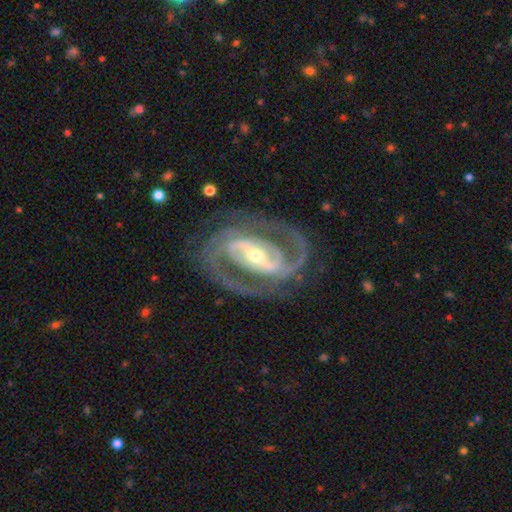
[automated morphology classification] Smooth or featured? featured or disk (93%)
Edge-on disk? no (97%)
Bar? strong (61%)
Spiral arms? yes (97%)
Spiral winding? medium (50%)
Spiral arm count? 2 (80%)
Bulge size? moderate (53%)
Merging? none (78%)